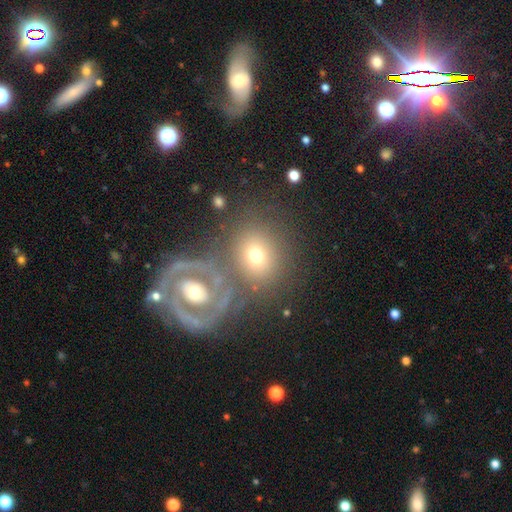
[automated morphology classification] Smooth or featured: smooth — 52% (featured or disk — 38%)
How rounded: round — 63% (in between — 36%)
Merging: none — 53% (merger — 29%)